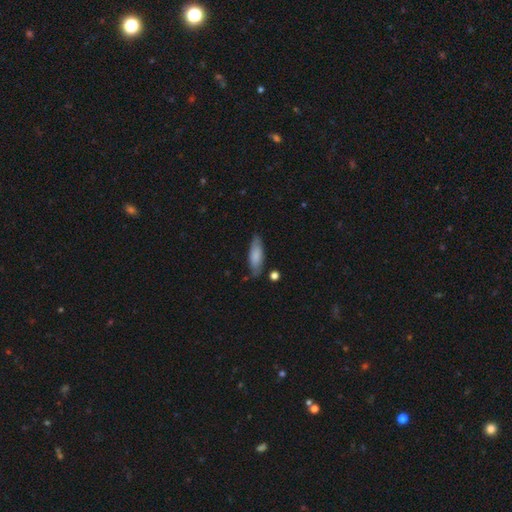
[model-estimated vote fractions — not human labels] Smooth or featured: smooth — 79% (featured or disk — 15%)
How rounded: in between — 57% (cigar-shaped — 42%)
Merging: none — 73% (minor disturbance — 20%)